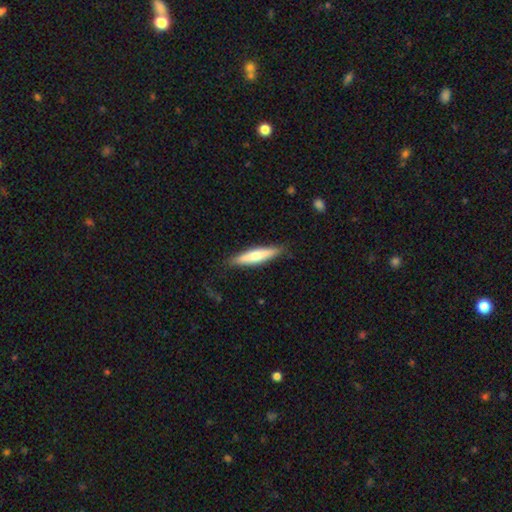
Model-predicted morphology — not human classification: Smooth or featured? Predicted: smooth (p=0.53). How rounded? Predicted: cigar-shaped (p=0.84). Merging? Predicted: none (p=0.86).